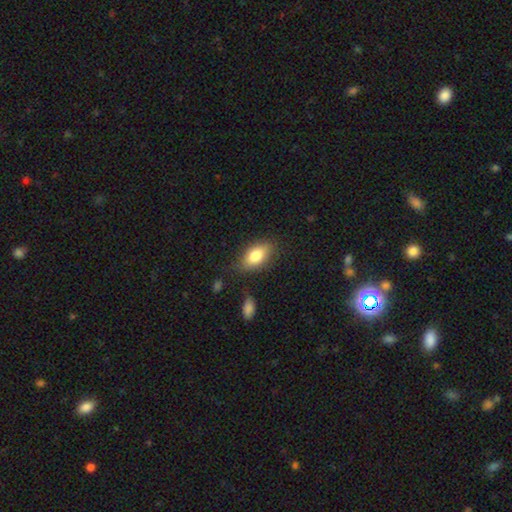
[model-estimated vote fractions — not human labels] A smooth galaxy with no disk features (81%) that is in between round and cigar-shaped (89%). Merging: none (75%).